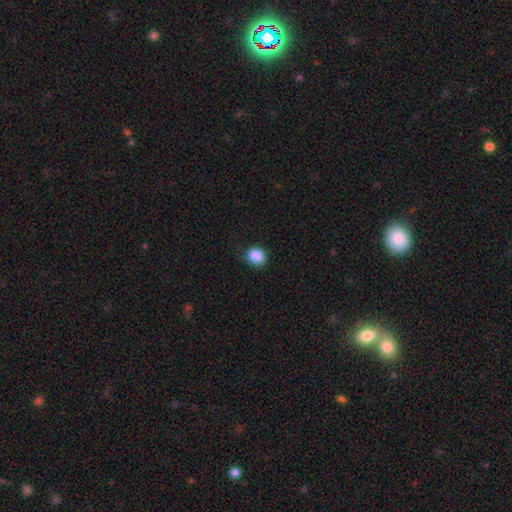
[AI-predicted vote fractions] A smooth galaxy with no disk features (87%) that is round (61%).

Vote fractions:
- Smooth or featured? smooth: 87% / star or artifact: 9% / featured or disk: 4%
- How rounded? round: 61% / in between: 38% / cigar-shaped: 1%
- Merging? none: 67% / minor disturbance: 25% / major disturbance: 6% / merger: 2%